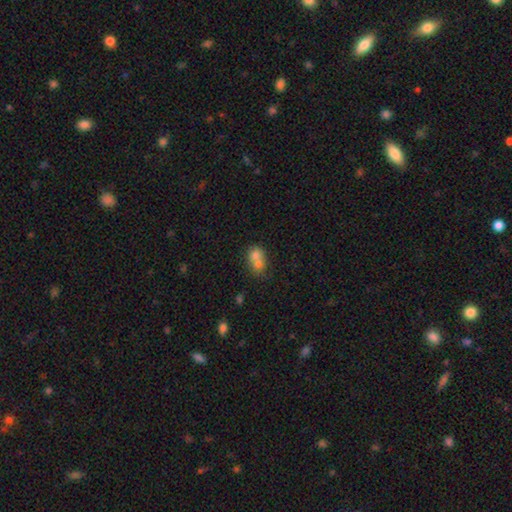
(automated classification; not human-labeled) Morphology: type=smooth (72%); roundness=round (63%); merging=merger (69%).